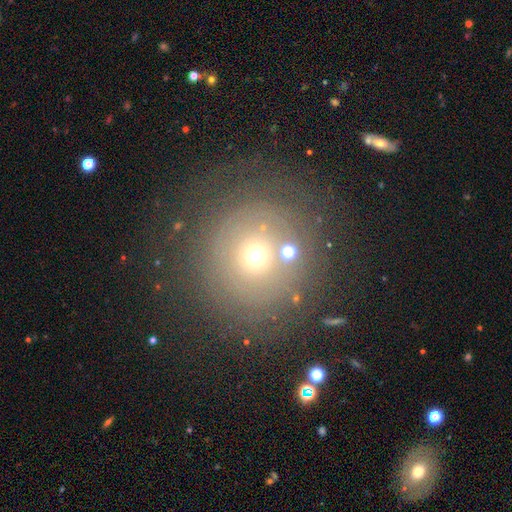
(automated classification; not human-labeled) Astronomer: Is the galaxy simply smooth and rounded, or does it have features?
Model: smooth — 48% (runner-up: featured or disk, 32%).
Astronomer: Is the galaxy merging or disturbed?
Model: none — 70%.